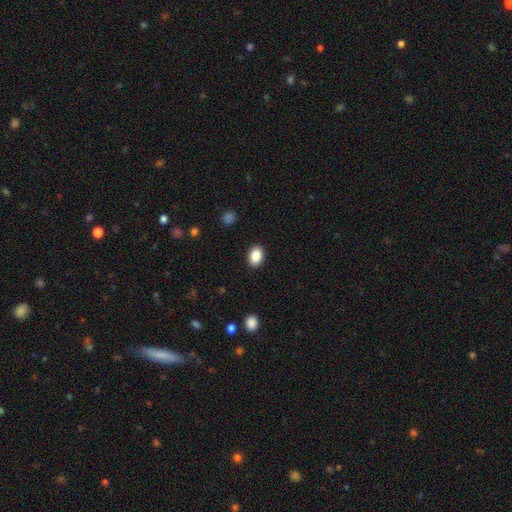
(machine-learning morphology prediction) A smooth galaxy with no disk features (87%) that is in between round and cigar-shaped (76%).

Vote fractions:
- Smooth or featured? smooth: 87% / star or artifact: 8% / featured or disk: 5%
- How rounded? in between: 76% / round: 23% / cigar-shaped: 1%
- Merging? none: 90% / minor disturbance: 7% / major disturbance: 2% / merger: 1%